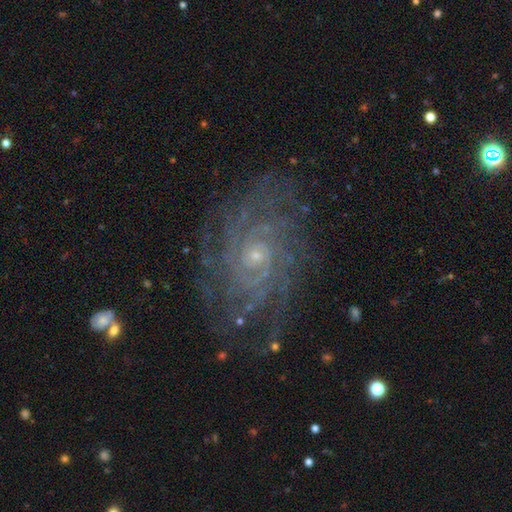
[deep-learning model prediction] The model was most divided on "spiral arm count": can't tell: 36%, more than 4: 18%, 4: 16%, 3: 12%, 2: 11%, 1: 8%. More confident: edge-on disk — no (97%); spiral arms — yes (96%); smooth or featured — featured or disk (83%); merging — none (81%); bar — no (72%); bulge size — small (70%); spiral winding — tight (69%).